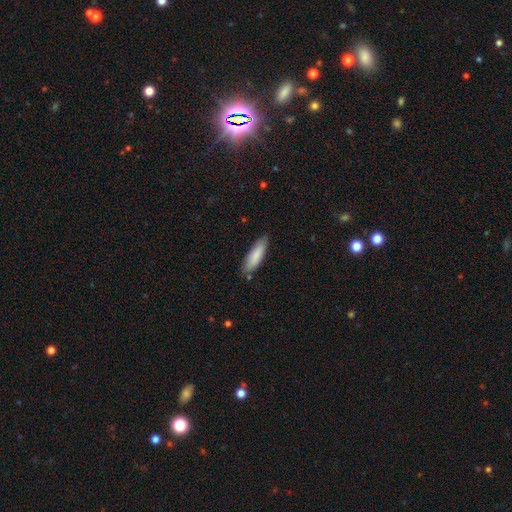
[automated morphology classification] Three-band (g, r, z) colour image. It shows a smooth galaxy with no disk features (84%) that is cigar-shaped (59%). Merging: none (83%).